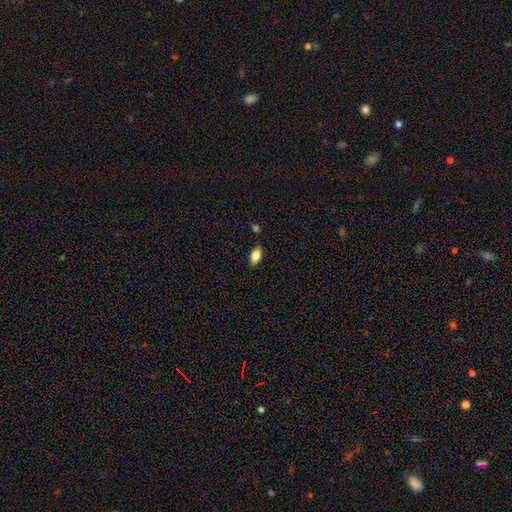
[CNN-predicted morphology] smooth 80%, featured or disk 13%, star or artifact 8%. Down the decision tree: how rounded — in between (89%); merging — none (86%).